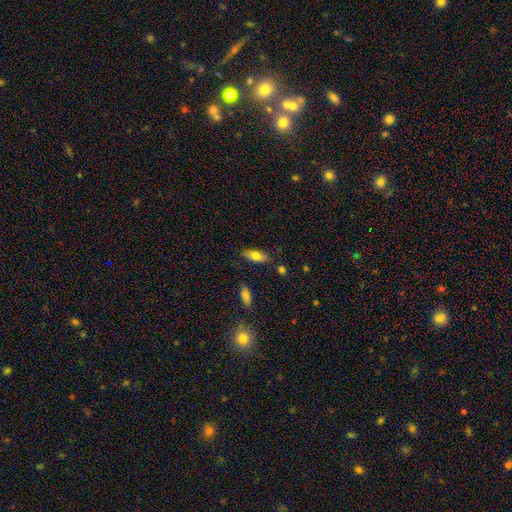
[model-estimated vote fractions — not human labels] This appears to be a smooth galaxy with no disk features (76%) that is in between round and cigar-shaped (73%). Merging: none (79%).